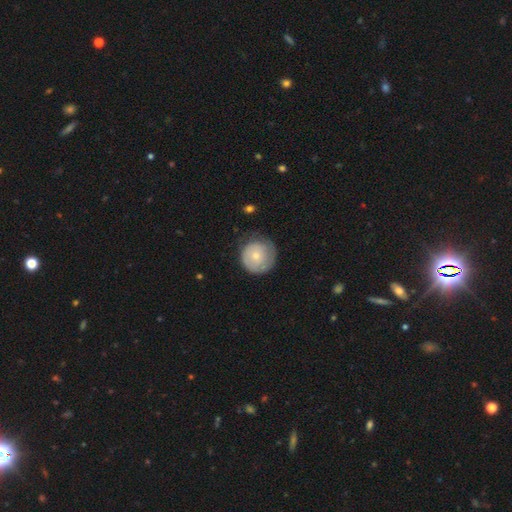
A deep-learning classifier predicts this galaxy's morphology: Overall: smooth (67%; featured or disk 28%). How rounded: round (93%). Merging: none (65%).